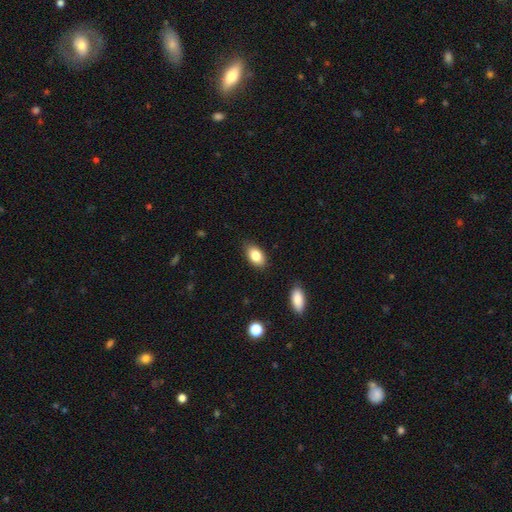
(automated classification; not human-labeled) smooth-or-featured: smooth: 85% | featured or disk: 8% | star or artifact: 7%
  how-rounded: in between: 92% | round: 6% | cigar-shaped: 2%
  merging: none: 86% | minor disturbance: 10% | major disturbance: 2% | merger: 1%